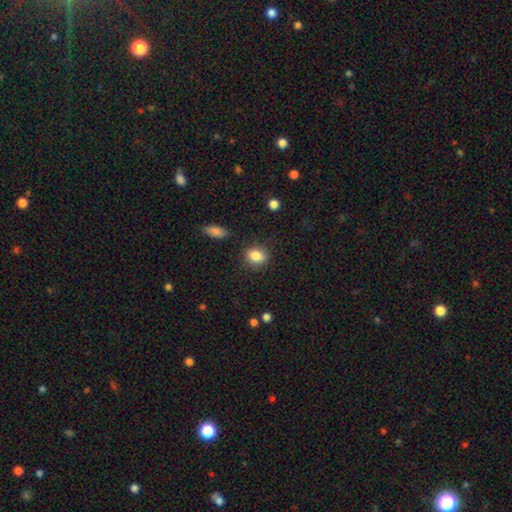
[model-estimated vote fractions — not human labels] smooth-or-featured: smooth: 85% | star or artifact: 9% | featured or disk: 6%
  how-rounded: round: 56% | in between: 42% | cigar-shaped: 1%
  merging: none: 86% | minor disturbance: 9% | major disturbance: 3% | merger: 2%